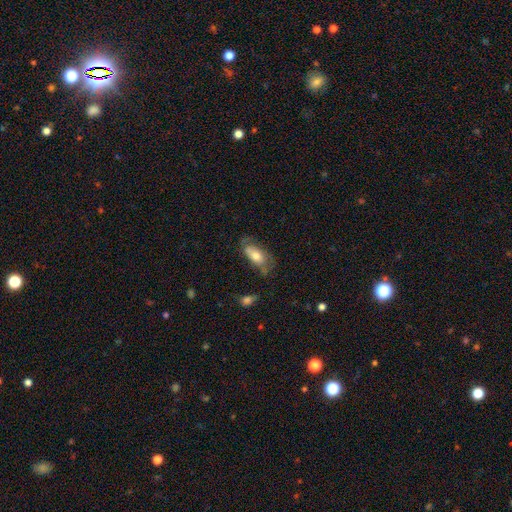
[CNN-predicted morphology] This appears to be a smooth galaxy with no disk features (63%) that is in between round and cigar-shaped (84%). Merging: none (53%).